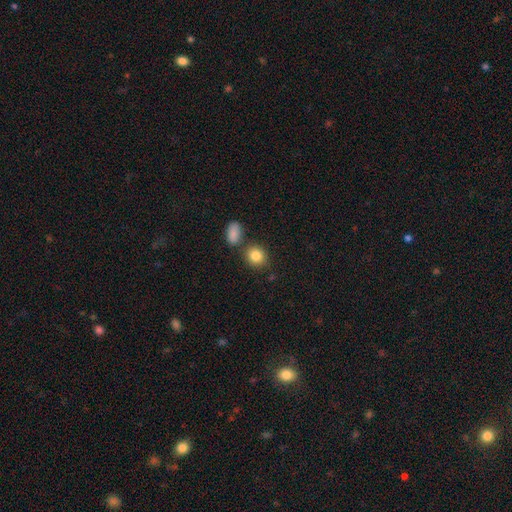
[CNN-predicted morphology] Smooth or featured?
  - smooth: 85% *
  - star or artifact: 9%
  - featured or disk: 6%
How rounded?
  - round: 75% *
  - in between: 24%
  - cigar-shaped: 1%
Merging?
  - none: 74% *
  - merger: 13%
  - minor disturbance: 10%
  - major disturbance: 3%